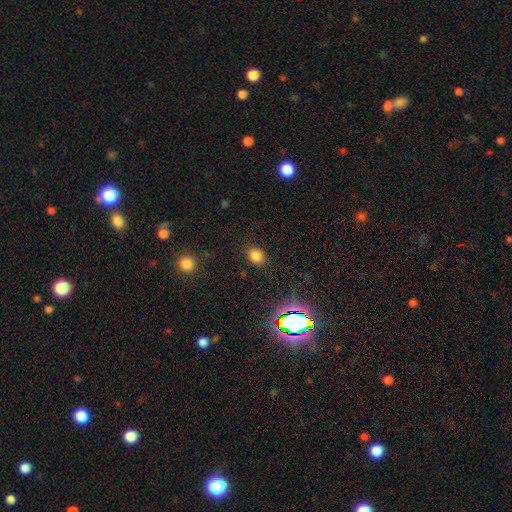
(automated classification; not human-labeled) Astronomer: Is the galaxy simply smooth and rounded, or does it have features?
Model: smooth — 78%.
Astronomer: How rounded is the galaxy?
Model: round — 51% (runner-up: in between, 48%).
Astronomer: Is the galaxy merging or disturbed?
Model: none — 83%.